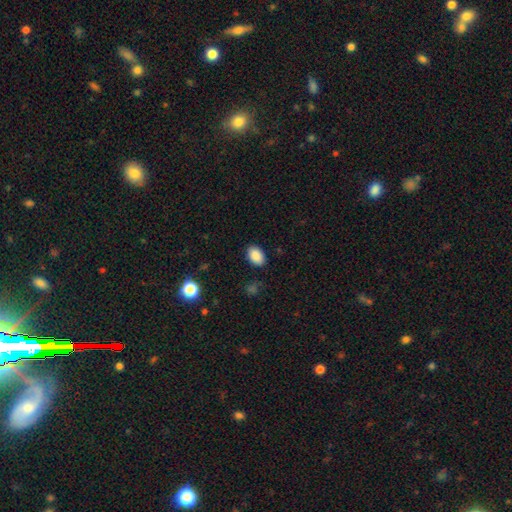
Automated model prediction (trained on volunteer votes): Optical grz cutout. It shows a smooth galaxy with no disk features (89%) that is in between round and cigar-shaped (86%). Merging: none (86%).